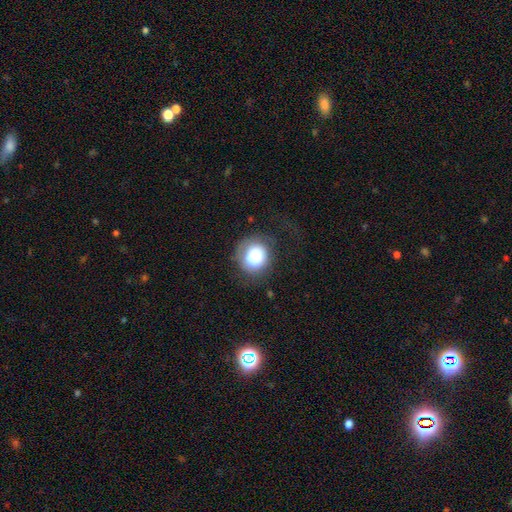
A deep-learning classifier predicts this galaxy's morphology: Overall: smooth (74%). How rounded: round (81%). Merging: none (61%).